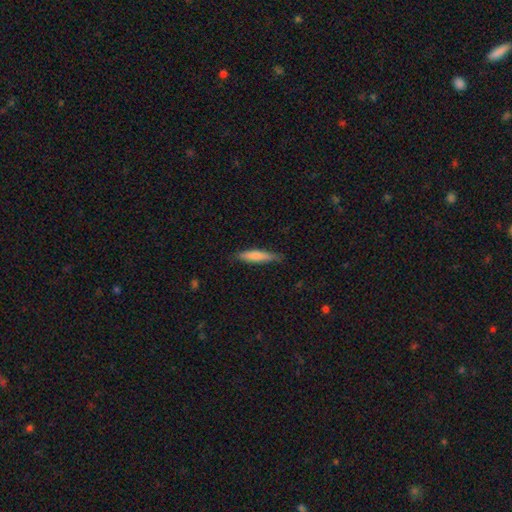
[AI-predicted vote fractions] Smooth or featured: smooth — 75% (featured or disk — 19%)
How rounded: cigar-shaped — 84% (in between — 15%)
Merging: none — 79% (minor disturbance — 17%)